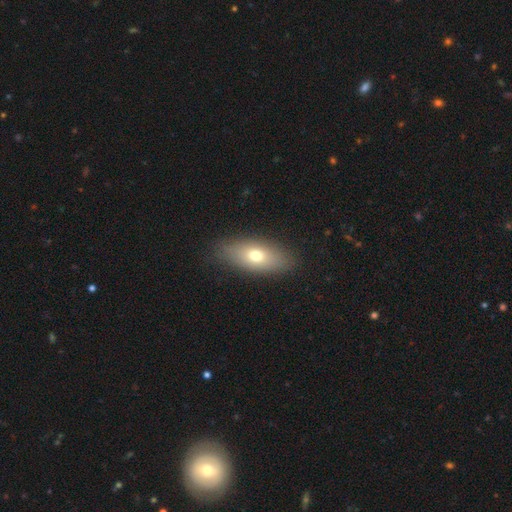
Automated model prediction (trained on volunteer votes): Smooth or featured: smooth — 70% (featured or disk — 21%)
How rounded: in between — 83% (cigar-shaped — 11%)
Merging: none — 85% (minor disturbance — 11%)